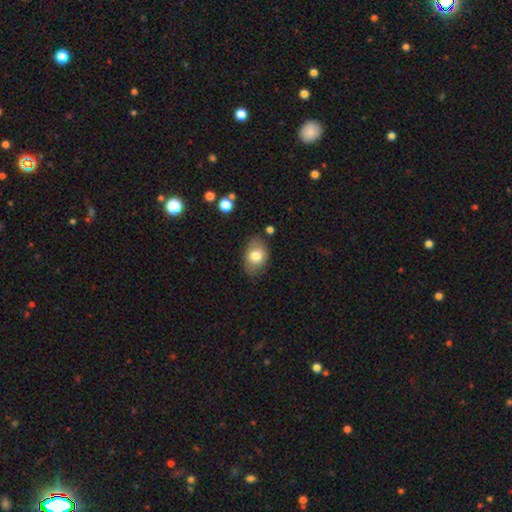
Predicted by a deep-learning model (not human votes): Morphology: type=smooth (78%); roundness=in between (77%); merging=none (76%).